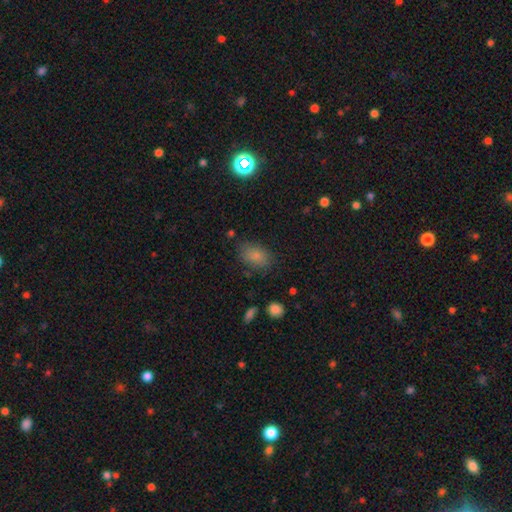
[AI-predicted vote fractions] The model was most divided on "merging": none: 77%, minor disturbance: 15%, major disturbance: 5%, merger: 3%. More confident: how rounded — in between (86%); smooth or featured — smooth (80%).